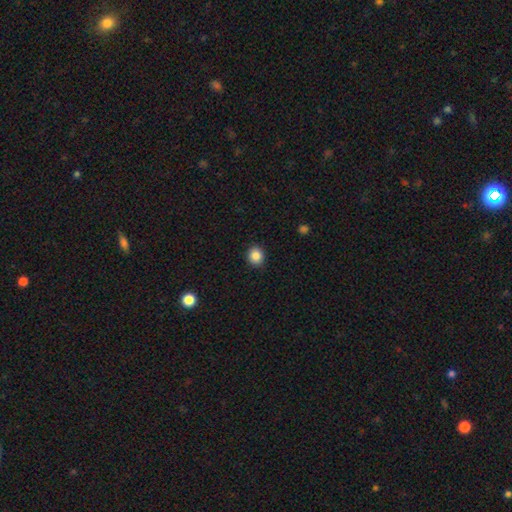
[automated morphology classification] Smooth or featured? Predicted: smooth (p=0.86). How rounded? Predicted: round (p=0.77). Merging? Predicted: none (p=0.91).